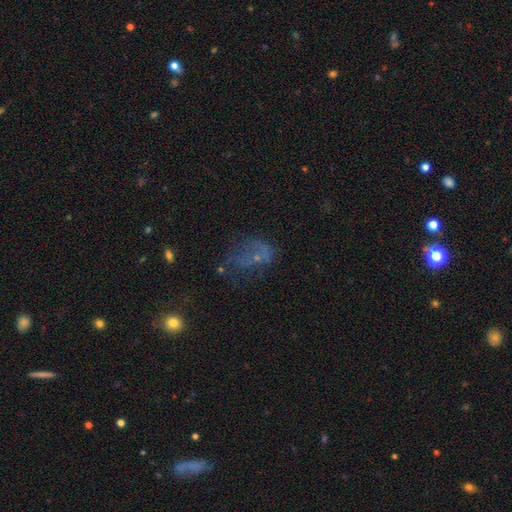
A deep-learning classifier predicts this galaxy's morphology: type=featured or disk (40%); merging=major disturbance (39%).